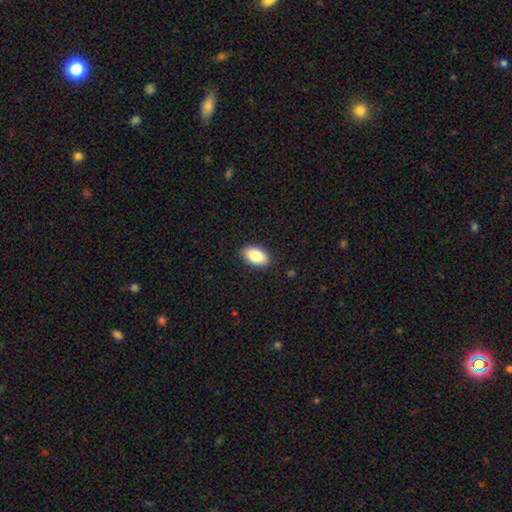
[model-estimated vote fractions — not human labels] Smooth or featured: smooth — 85% (featured or disk — 8%)
How rounded: in between — 93% (round — 5%)
Merging: none — 89% (minor disturbance — 8%)